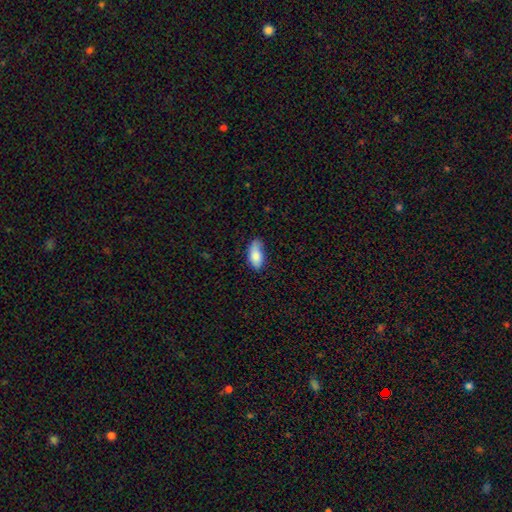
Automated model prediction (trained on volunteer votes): Morphology: type=smooth (83%); roundness=in between (90%); merging=none (65%).